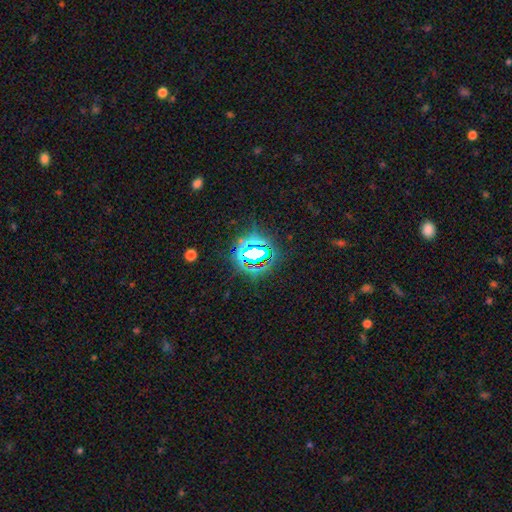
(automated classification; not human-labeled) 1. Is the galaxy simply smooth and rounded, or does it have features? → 73% star or artifact, 16% smooth, 12% featured or disk.